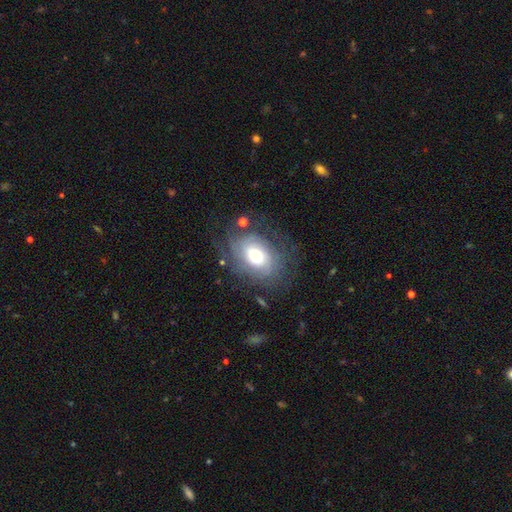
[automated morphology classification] Overall: featured or disk (59%; smooth 32%). Edge-on disk: no (95%). Bar: no (68%). Spiral arms: yes (80%). Bulge size: moderate (51%; large 31%). Merging: none (65%).